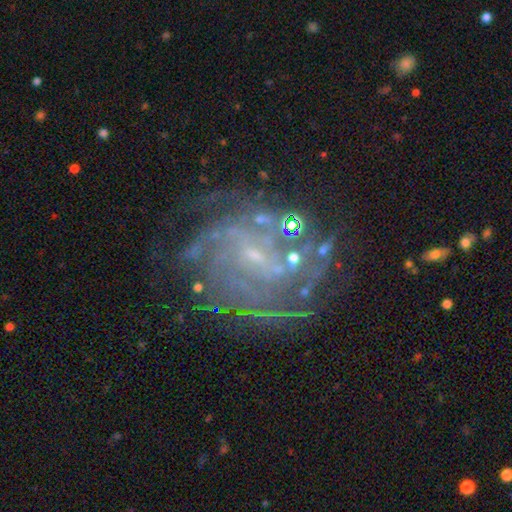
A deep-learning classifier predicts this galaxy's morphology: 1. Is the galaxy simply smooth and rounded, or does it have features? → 85% featured or disk, 9% star or artifact, 6% smooth.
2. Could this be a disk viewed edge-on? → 98% no, 2% yes.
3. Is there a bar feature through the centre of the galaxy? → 48% weak, 36% no, 16% strong.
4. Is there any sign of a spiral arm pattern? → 94% yes, 6% no.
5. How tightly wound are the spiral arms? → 56% tight, 35% medium, 9% loose.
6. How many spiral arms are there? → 31% can't tell, 20% 4, 17% 3, 14% 2, 11% more than 4, 8% 1.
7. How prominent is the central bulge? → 77% small, 13% none, 8% moderate, 1% large, 1% dominant.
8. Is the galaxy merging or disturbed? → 69% none, 17% minor disturbance, 11% major disturbance, 3% merger.